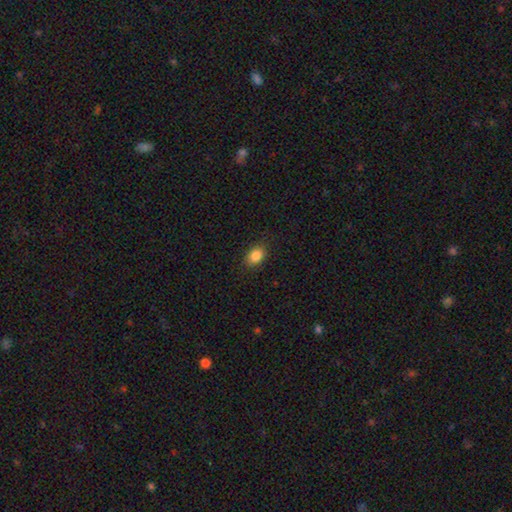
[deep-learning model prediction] smooth_or_featured: smooth (p=0.85) [alt: star or artifact p=0.09]
how_rounded: in between (p=0.71) [alt: round p=0.28]
merging: none (p=0.84) [alt: minor disturbance p=0.12]